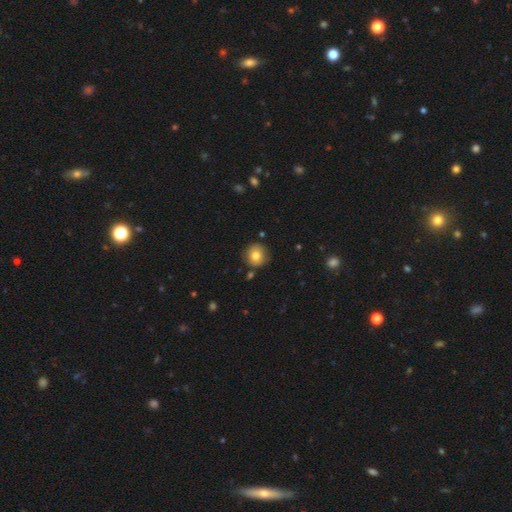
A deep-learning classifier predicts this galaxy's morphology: This appears to be a smooth galaxy with no disk features (79%) that is round (93%). Merging: none (86%).